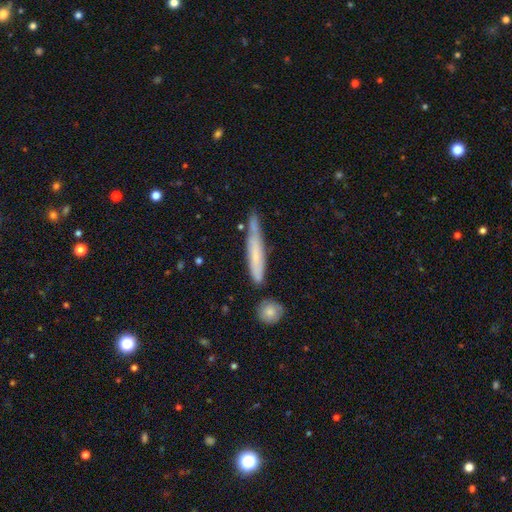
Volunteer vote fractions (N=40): Smooth or featured? 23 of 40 (57%) said smooth. How rounded? 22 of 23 (96%) said cigar-shaped. Merging? 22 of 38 (58%) said none.